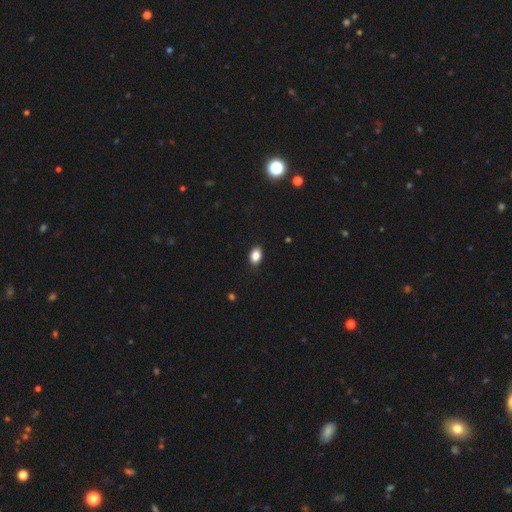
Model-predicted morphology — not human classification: Smooth or featured?
  - smooth: 87% *
  - star or artifact: 9%
  - featured or disk: 4%
How rounded?
  - in between: 78% *
  - round: 21%
  - cigar-shaped: 1%
Merging?
  - none: 86% *
  - minor disturbance: 11%
  - major disturbance: 2%
  - merger: 1%